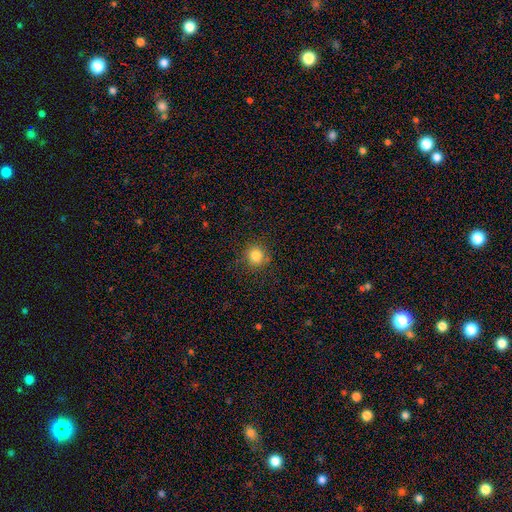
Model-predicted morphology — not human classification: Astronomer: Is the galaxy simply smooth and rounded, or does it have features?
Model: smooth — 83%.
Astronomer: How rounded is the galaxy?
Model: round — 92%.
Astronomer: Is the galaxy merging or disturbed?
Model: none — 88%.